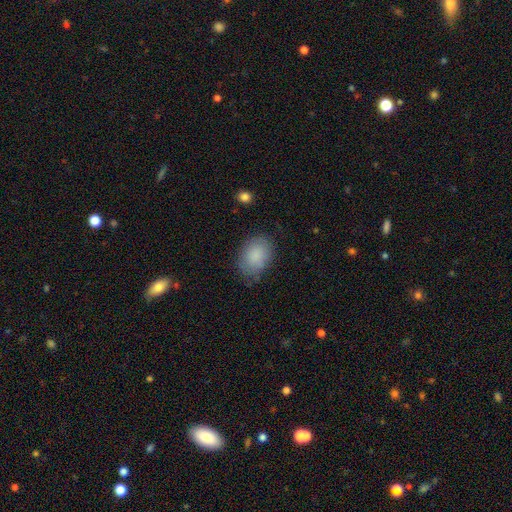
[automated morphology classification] Smooth or featured?
  - smooth: 87% *
  - star or artifact: 7%
  - featured or disk: 6%
How rounded?
  - in between: 77% *
  - round: 22%
  - cigar-shaped: 1%
Merging?
  - none: 76% *
  - minor disturbance: 18%
  - major disturbance: 5%
  - merger: 1%